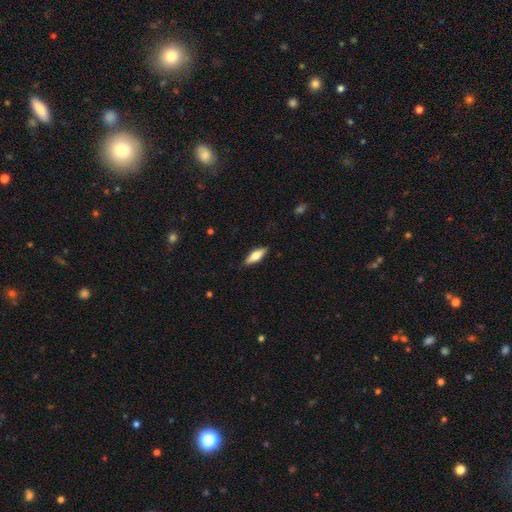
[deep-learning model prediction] This appears to be a smooth galaxy with no disk features (58%) that is in between round and cigar-shaped (57%). Merging: none (87%).